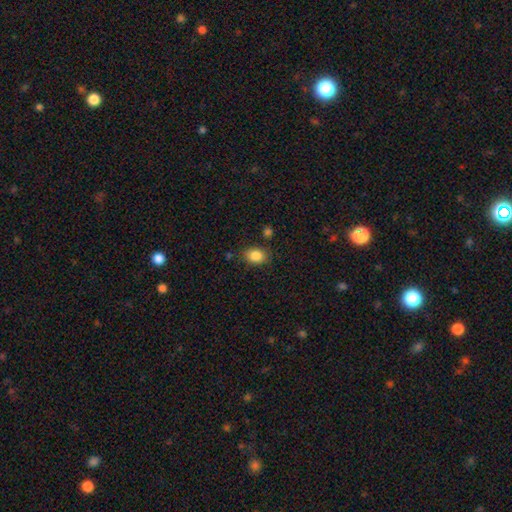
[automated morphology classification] smooth_or_featured: smooth (p=0.86) [alt: star or artifact p=0.09]
how_rounded: in between (p=0.69) [alt: round p=0.30]
merging: none (p=0.81) [alt: minor disturbance p=0.12]